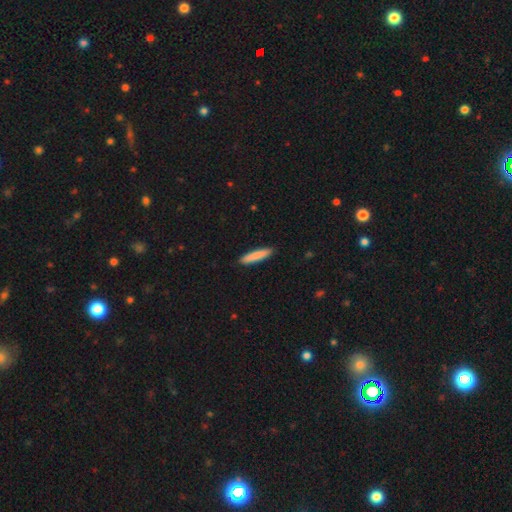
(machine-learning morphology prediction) smooth_or_featured: smooth (p=0.85) [alt: featured or disk p=0.10]
how_rounded: cigar-shaped (p=0.90) [alt: in between p=0.09]
merging: none (p=0.91) [alt: minor disturbance p=0.07]